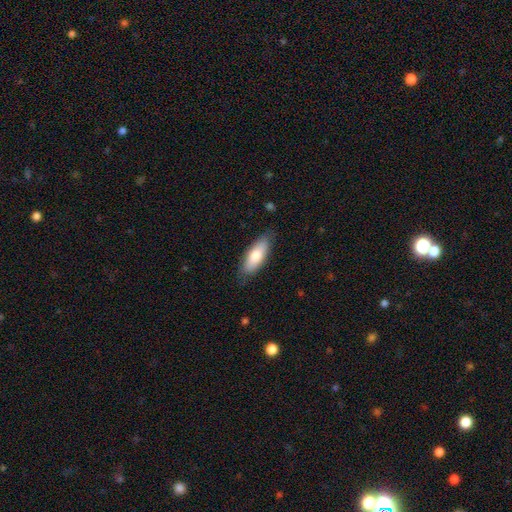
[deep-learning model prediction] A smooth galaxy with no disk features (75%) that is in between round and cigar-shaped (68%). Merging: none (81%).